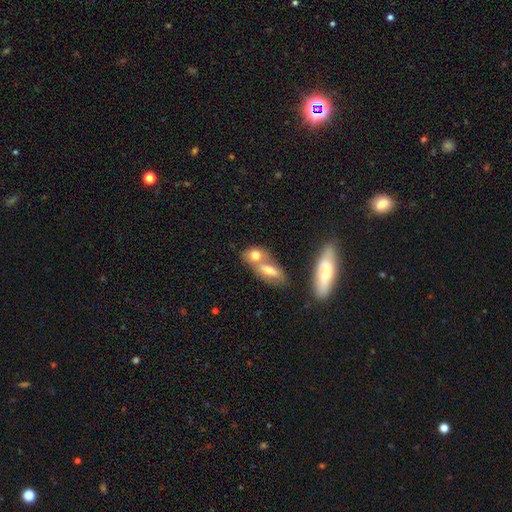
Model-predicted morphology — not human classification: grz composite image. It shows a smooth galaxy with no disk features (73%) that is in between round and cigar-shaped (61%). Merging: merger (54%).